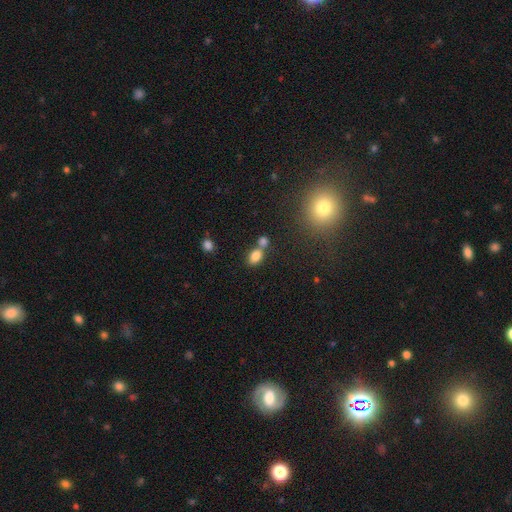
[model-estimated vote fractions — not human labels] smooth 81%, star or artifact 11%, featured or disk 8%. Down the decision tree: how rounded — in between (79%); merging — none (46%).